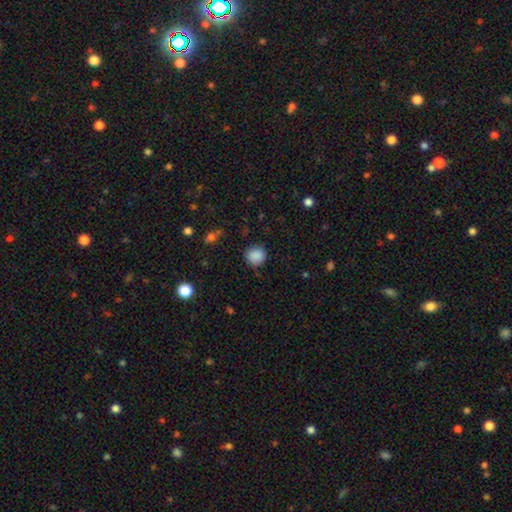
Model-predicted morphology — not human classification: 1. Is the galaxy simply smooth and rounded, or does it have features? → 87% smooth, 9% star or artifact, 4% featured or disk.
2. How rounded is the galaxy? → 89% round, 10% in between, 1% cigar-shaped.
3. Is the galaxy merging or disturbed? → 85% none, 11% minor disturbance, 3% major disturbance, 1% merger.